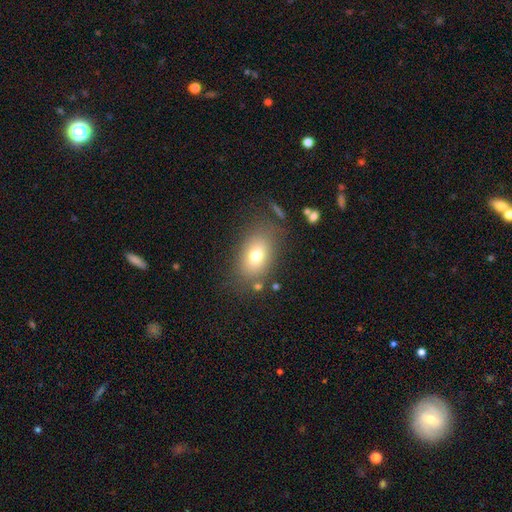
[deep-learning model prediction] This is likely a smooth galaxy (73%). How rounded: clearly in between (82%). Merging: likely none (74%).